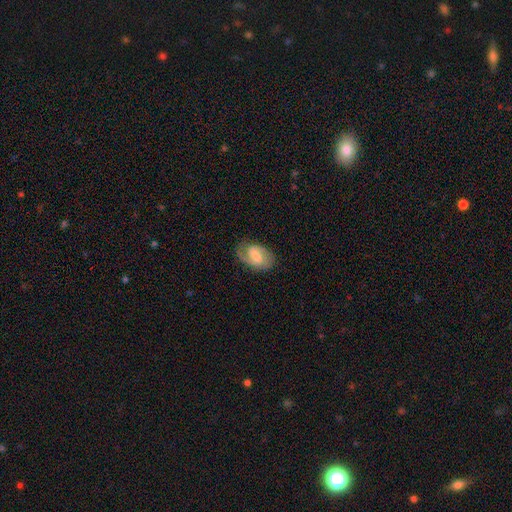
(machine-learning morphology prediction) Smooth or featured: featured or disk — 72% (smooth — 22%)
Edge-on disk: no — 97% (yes — 3%)
Bar: weak — 54% (no — 23%)
Spiral arms: yes — 93% (no — 7%)
Spiral winding: medium — 49% (tight — 31%)
Spiral arm count: 2 — 73% (1 — 17%)
Bulge size: moderate — 39% (small — 36%)
Merging: none — 73% (minor disturbance — 18%)